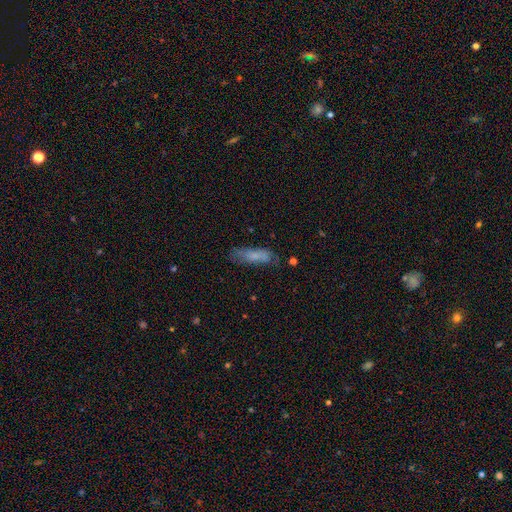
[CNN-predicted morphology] A smooth galaxy with no disk features (68%) that is cigar-shaped (52%). Merging: none (61%).